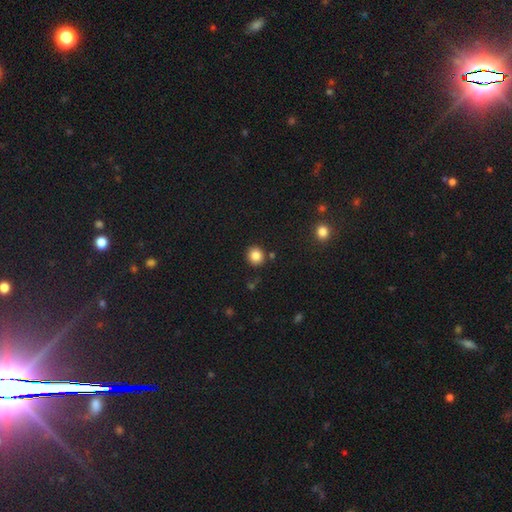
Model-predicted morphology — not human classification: smooth_or_featured: smooth (p=0.84) [alt: star or artifact p=0.11]
how_rounded: round (p=0.85) [alt: in between p=0.14]
merging: none (p=0.86) [alt: minor disturbance p=0.08]